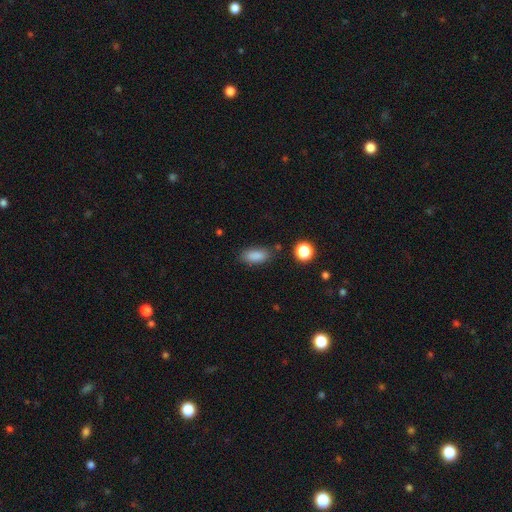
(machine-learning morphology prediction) type=smooth (86%); roundness=in between (87%); merging=none (80%).